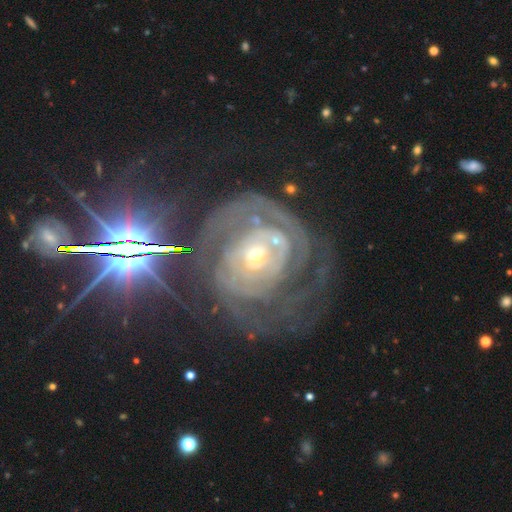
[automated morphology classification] This is clearly a featured or disk galaxy (81%). It is clearly not viewed edge-on (96%). Bar: likely no (66%). Spiral arm pattern: clearly yes (87%). Spiral arm count: marginally can't tell (42%). Spiral winding: likely tight (70%). Central bulge: likely small (68%). Merging: possibly none (53%).